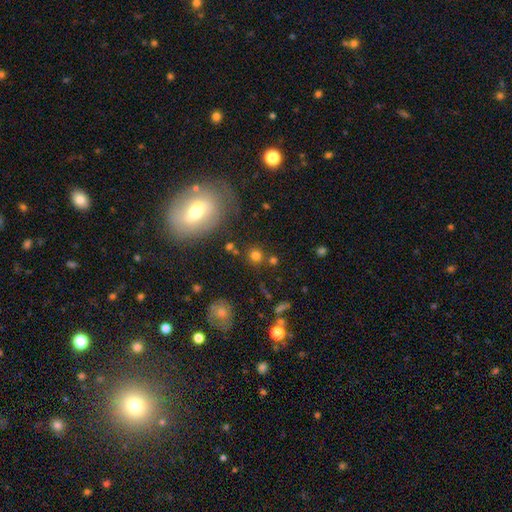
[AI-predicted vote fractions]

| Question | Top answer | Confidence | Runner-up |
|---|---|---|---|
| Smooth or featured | smooth | 74% | star or artifact (18%) |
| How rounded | round | 89% | in between (10%) |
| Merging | none | 80% | merger (9%) |